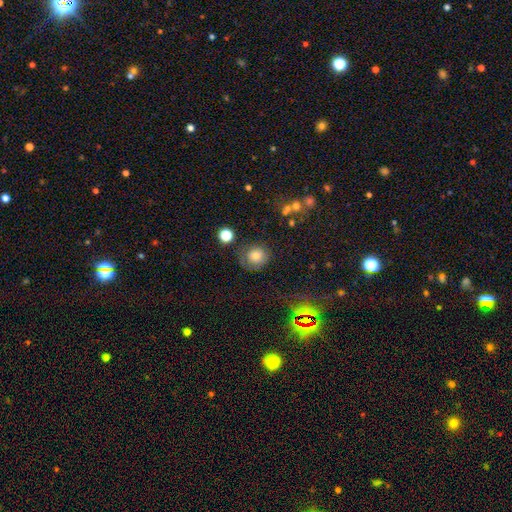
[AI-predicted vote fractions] Smooth or featured?
  - smooth: 67% *
  - featured or disk: 18%
  - star or artifact: 14%
How rounded?
  - round: 83% *
  - in between: 16%
  - cigar-shaped: 1%
Merging?
  - none: 67% *
  - minor disturbance: 20%
  - major disturbance: 10%
  - merger: 3%